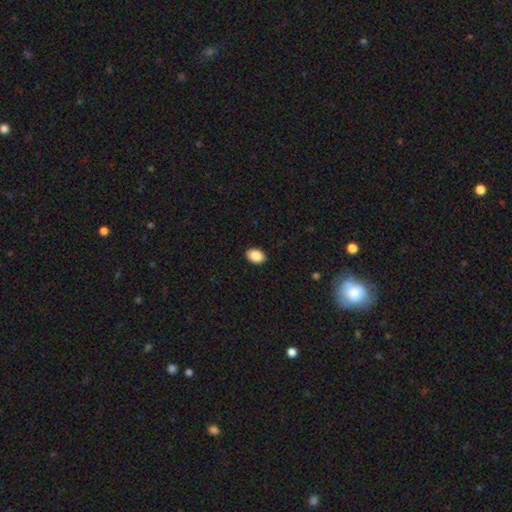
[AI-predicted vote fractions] Q: Smooth or featured?
A: smooth (87%); runner-up: star or artifact (8%)
Q: How rounded?
A: in between (81%); runner-up: round (18%)
Q: Merging?
A: none (90%); runner-up: minor disturbance (7%)